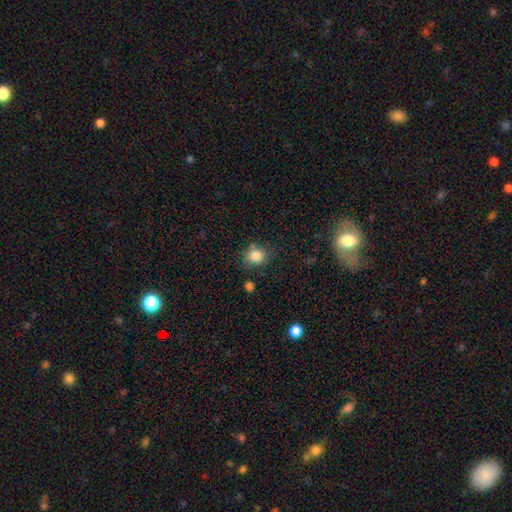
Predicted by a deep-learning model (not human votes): smooth-or-featured: smooth: 83% | star or artifact: 11% | featured or disk: 7%
  how-rounded: round: 70% | in between: 29% | cigar-shaped: 1%
  merging: none: 75% | minor disturbance: 17% | major disturbance: 4% | merger: 4%